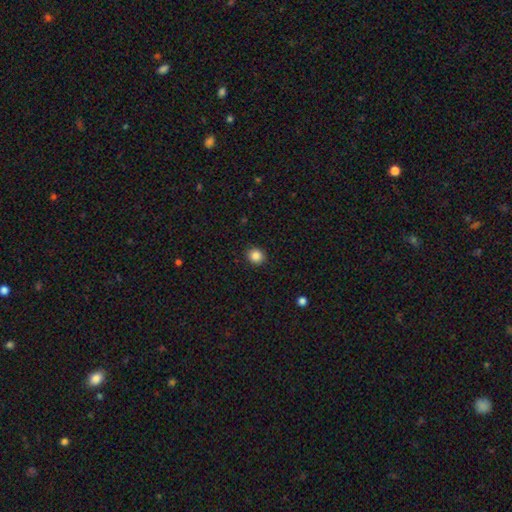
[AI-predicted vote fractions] Smooth or featured: smooth — 86% (star or artifact — 10%)
How rounded: round — 81% (in between — 18%)
Merging: none — 91% (minor disturbance — 6%)